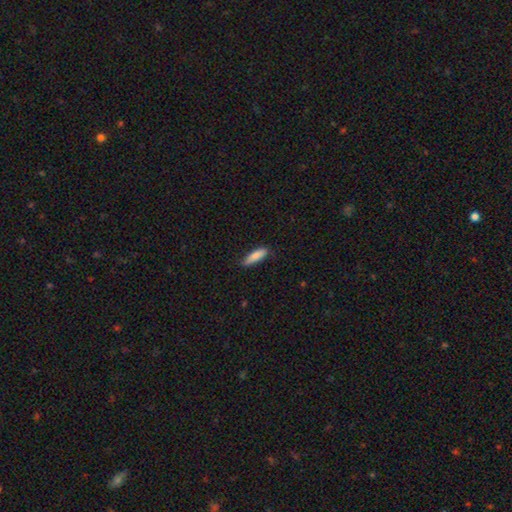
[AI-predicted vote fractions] This appears to be a smooth galaxy with no disk features (84%) that is cigar-shaped (57%). Merging: none (82%).